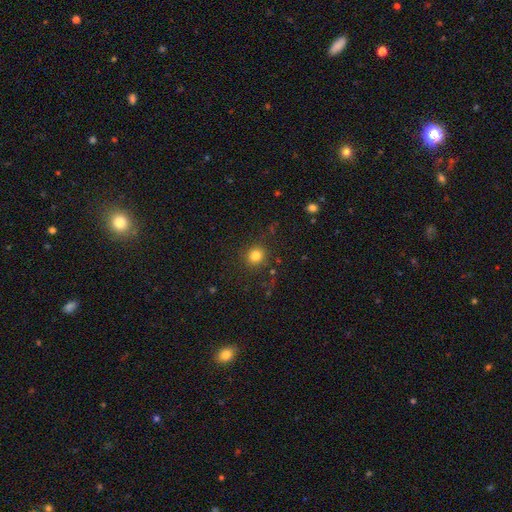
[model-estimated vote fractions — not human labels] smooth 82%, star or artifact 13%, featured or disk 6%. Down the decision tree: how rounded — round (82%); merging — none (87%).